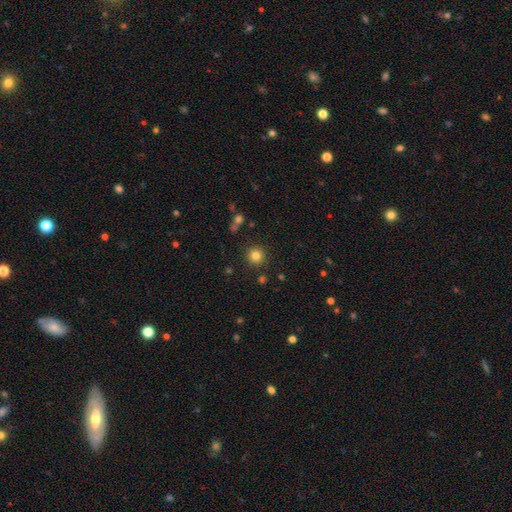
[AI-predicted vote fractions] Morphology: type=smooth (81%); roundness=round (94%); merging=none (89%).